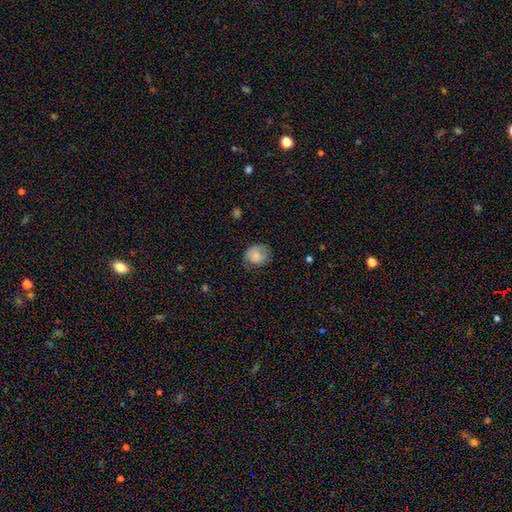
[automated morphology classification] The model was most divided on "how rounded": round: 65%, in between: 35%, cigar-shaped: 1%. More confident: smooth or featured — smooth (75%); merging — none (61%).